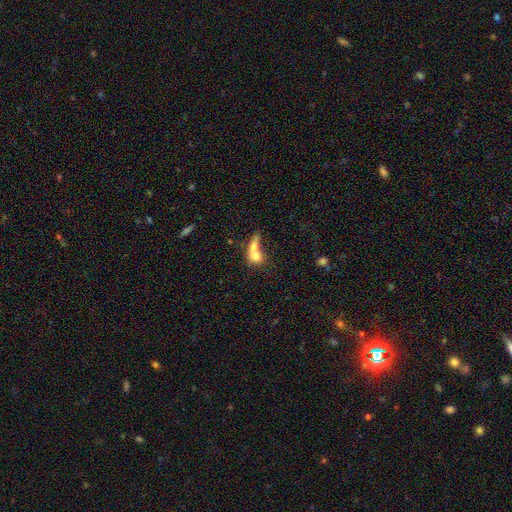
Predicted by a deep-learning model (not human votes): Smooth or featured: smooth — 68% (featured or disk — 23%)
How rounded: round — 50% (in between — 40%)
Merging: merger — 70% (none — 17%)